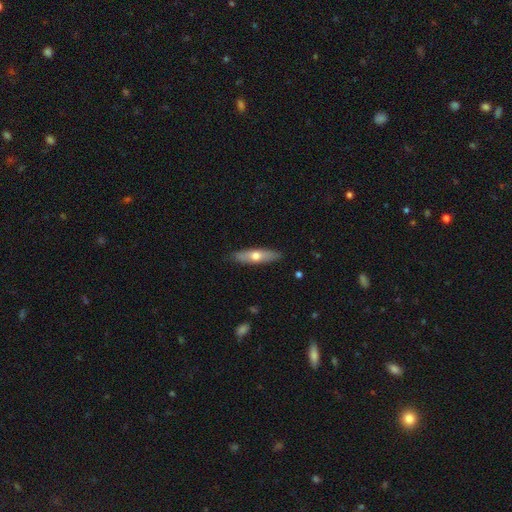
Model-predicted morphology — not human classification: This is possibly a smooth galaxy (55%). How rounded: likely cigar-shaped (66%). Merging: clearly none (87%).